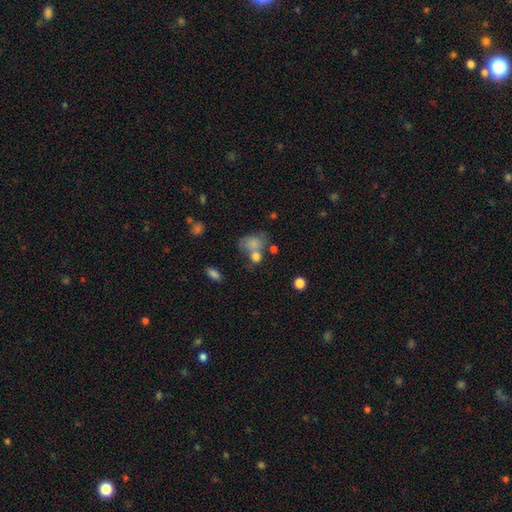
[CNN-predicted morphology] Overall: smooth (72%). How rounded: in between (53%; round 46%). Merging: merger (40%; none 34%).